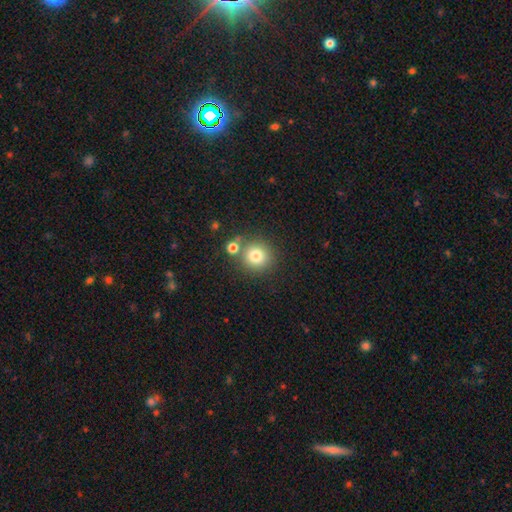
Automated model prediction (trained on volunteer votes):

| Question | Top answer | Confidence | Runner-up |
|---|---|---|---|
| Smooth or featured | smooth | 79% | star or artifact (12%) |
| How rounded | round | 92% | in between (7%) |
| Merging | none | 73% | merger (15%) |